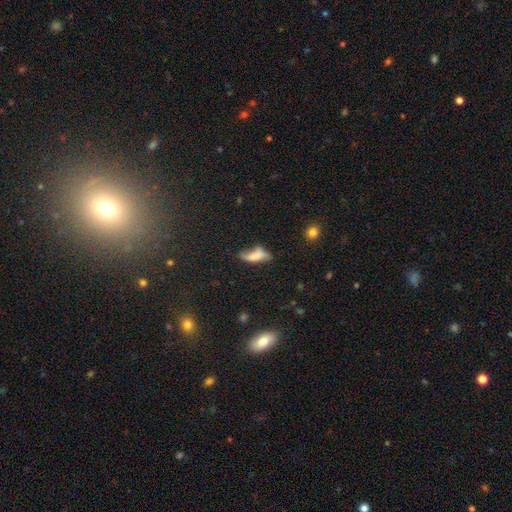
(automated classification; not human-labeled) Smooth or featured?
  - smooth: 62% *
  - featured or disk: 27%
  - star or artifact: 11%
How rounded?
  - in between: 63% *
  - cigar-shaped: 33%
  - round: 3%
Merging?
  - none: 37% *
  - minor disturbance: 31%
  - major disturbance: 23%
  - merger: 10%